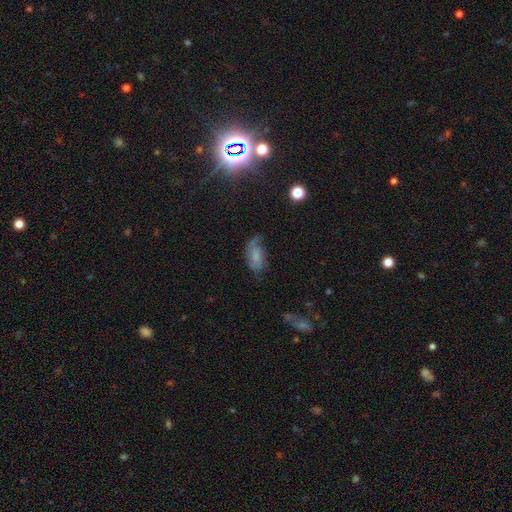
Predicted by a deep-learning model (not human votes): smooth_or_featured: smooth (p=0.49) [alt: featured or disk p=0.39]
merging: none (p=0.50) [alt: minor disturbance p=0.31]